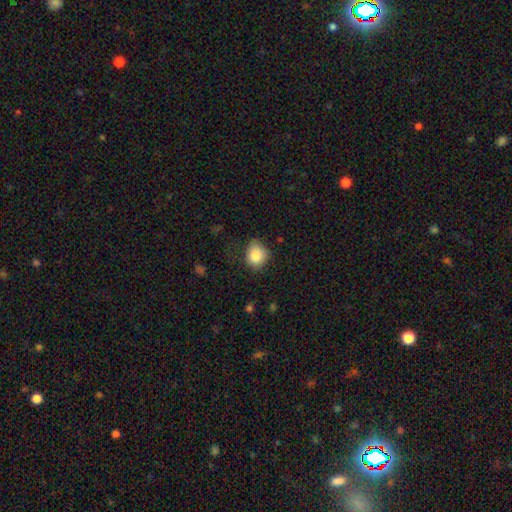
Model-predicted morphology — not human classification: type=smooth (84%); roundness=round (65%); merging=none (61%).